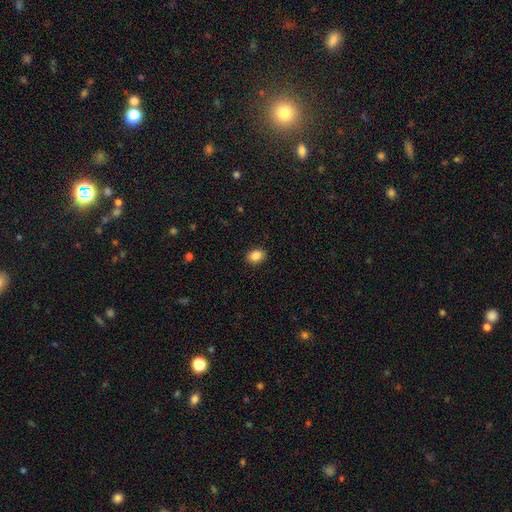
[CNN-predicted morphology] smooth 86%, star or artifact 9%, featured or disk 5%. Down the decision tree: how rounded — in between (69%); merging — none (90%).